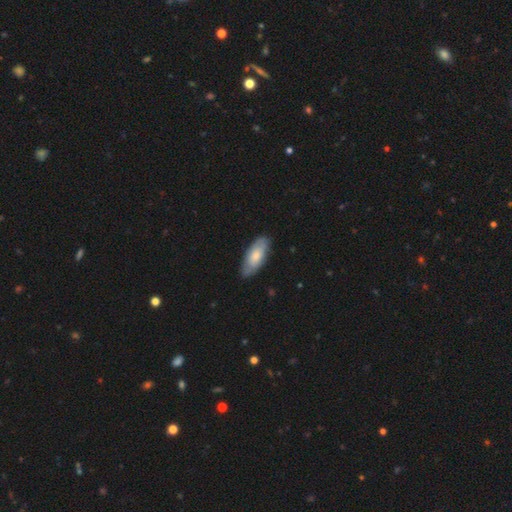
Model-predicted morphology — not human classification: smooth-or-featured: smooth: 66% | featured or disk: 28% | star or artifact: 5%
  how-rounded: in between: 81% | cigar-shaped: 17% | round: 2%
  merging: none: 81% | minor disturbance: 15% | major disturbance: 3% | merger: 1%